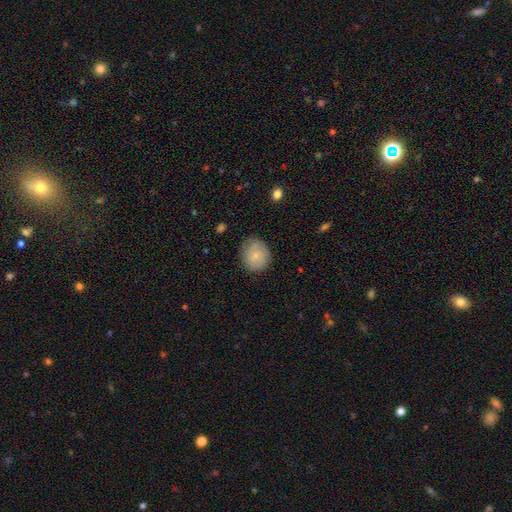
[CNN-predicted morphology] Smooth or featured: smooth — 77% (featured or disk — 16%)
How rounded: round — 80% (in between — 20%)
Merging: none — 77% (minor disturbance — 18%)